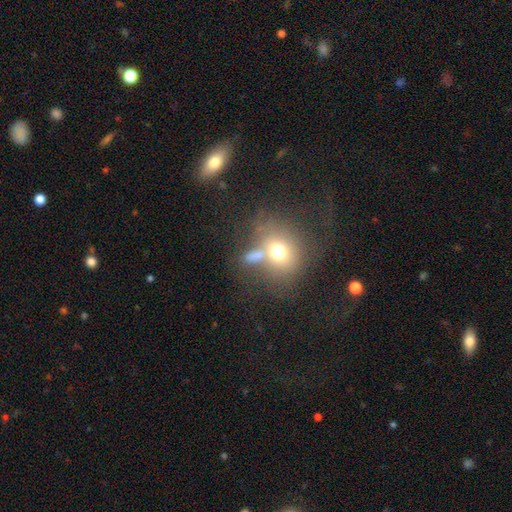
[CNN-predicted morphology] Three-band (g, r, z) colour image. It shows a smooth galaxy with no disk features (68%) that is round (58%). Merging: none (43%).